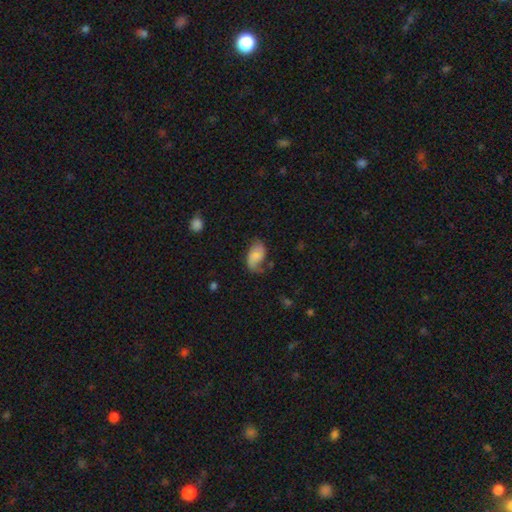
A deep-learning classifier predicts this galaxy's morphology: type=smooth (55%); roundness=in between (91%); merging=none (45%).